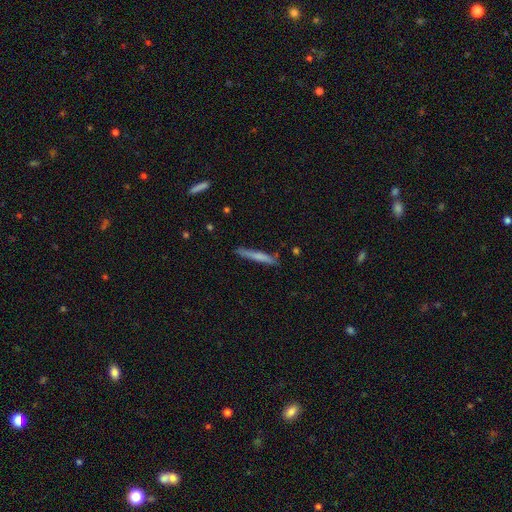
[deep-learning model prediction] Morphology: type=smooth (56%); roundness=cigar-shaped (96%); merging=none (85%).